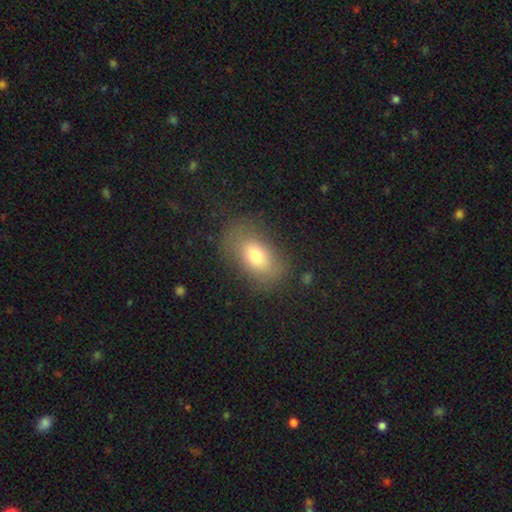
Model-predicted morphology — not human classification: smooth-or-featured: smooth: 73% | featured or disk: 17% | star or artifact: 11%
  how-rounded: in between: 85% | round: 13% | cigar-shaped: 2%
  merging: none: 72% | minor disturbance: 18% | major disturbance: 8% | merger: 2%